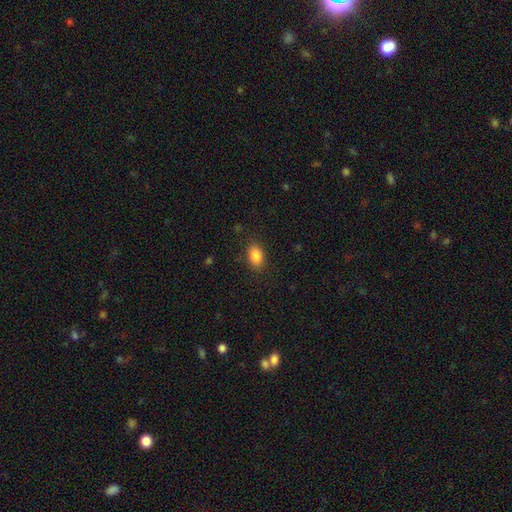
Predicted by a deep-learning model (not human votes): Smooth or featured? smooth (87%)
How rounded? in between (86%)
Merging? none (85%)